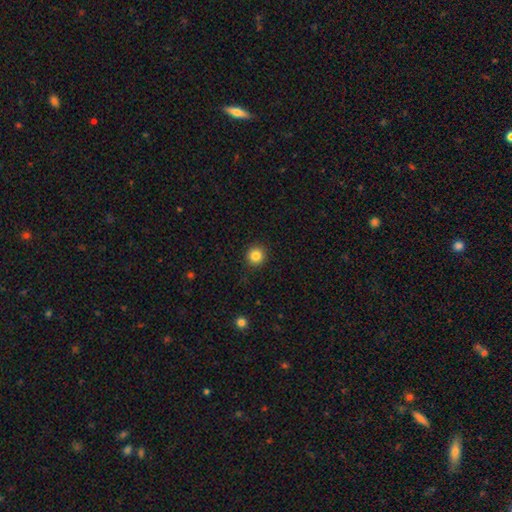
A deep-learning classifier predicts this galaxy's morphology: This appears to be a smooth galaxy with no disk features (84%) that is round (94%). Merging: none (92%).